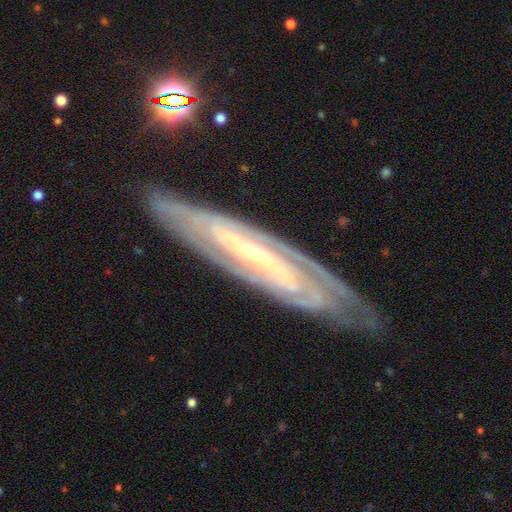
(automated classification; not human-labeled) Smooth or featured? Predicted: featured or disk (p=0.88). Edge-on disk? Predicted: no (p=0.79). Bar? Predicted: strong (p=0.35). Spiral arms? Predicted: yes (p=0.96). Spiral winding? Predicted: tight (p=0.67). Spiral arm count? Predicted: 2 (p=0.40). Bulge size? Predicted: small (p=0.78). Merging? Predicted: none (p=0.80).